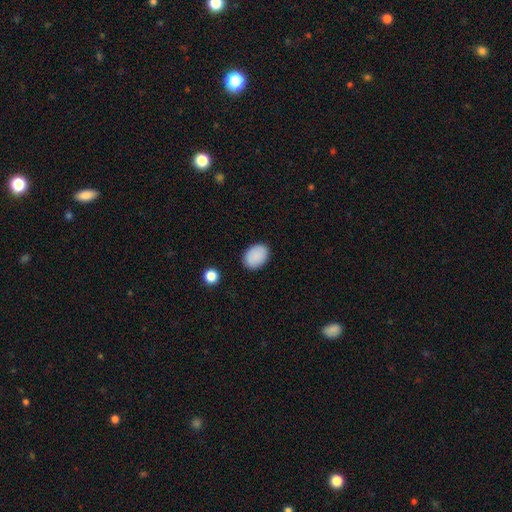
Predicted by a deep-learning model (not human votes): Morphology: type=smooth (89%); roundness=in between (75%); merging=none (88%).